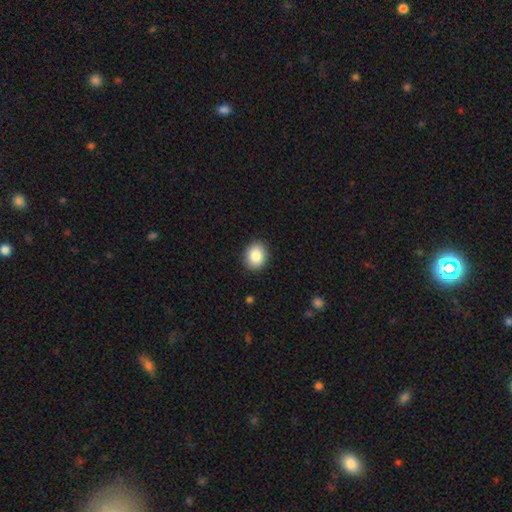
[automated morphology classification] A smooth galaxy with no disk features (86%) that is round (57%). Merging: none (90%).